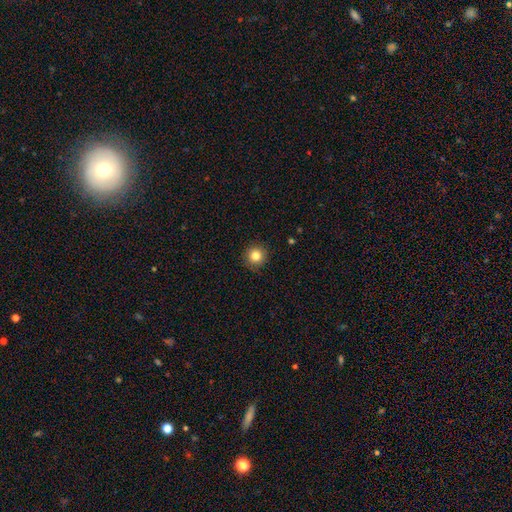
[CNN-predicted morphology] smooth 83%, star or artifact 11%, featured or disk 6%. Down the decision tree: how rounded — round (95%); merging — none (91%).